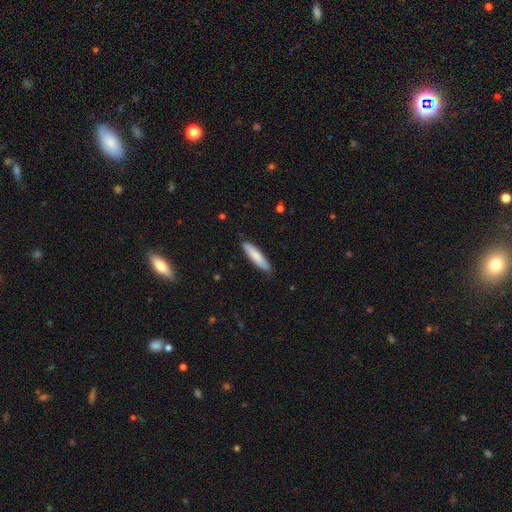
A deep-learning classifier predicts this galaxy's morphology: smooth_or_featured: smooth (p=0.82) [alt: featured or disk p=0.13]
how_rounded: cigar-shaped (p=0.80) [alt: in between p=0.19]
merging: none (p=0.87) [alt: minor disturbance p=0.10]